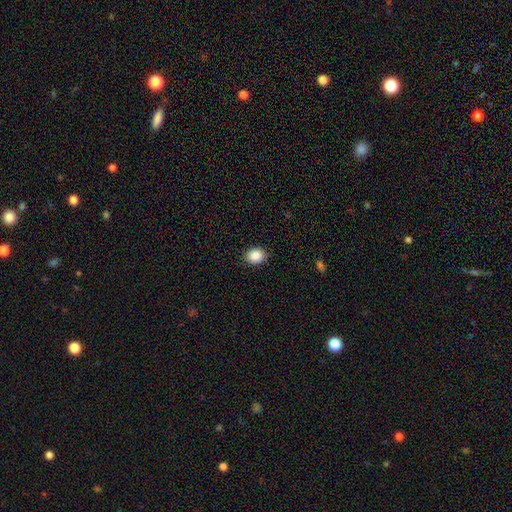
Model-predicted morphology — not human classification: smooth-or-featured: smooth: 88% | star or artifact: 9% | featured or disk: 4%
  how-rounded: round: 54% | in between: 45% | cigar-shaped: 1%
  merging: none: 90% | minor disturbance: 7% | major disturbance: 2% | merger: 1%